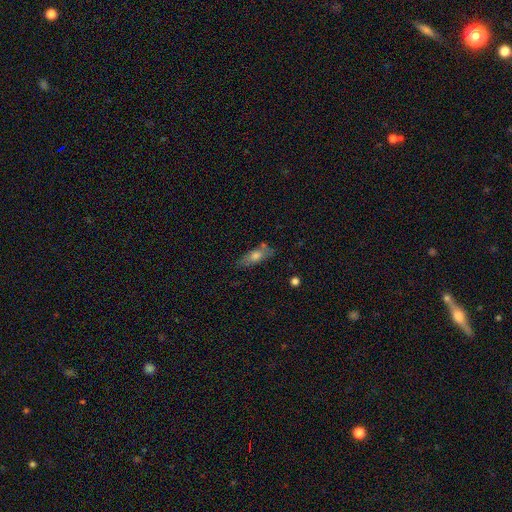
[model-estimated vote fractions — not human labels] This appears to be a smooth galaxy with no disk features (64%) that is in between round and cigar-shaped (62%). Merging: none (65%).